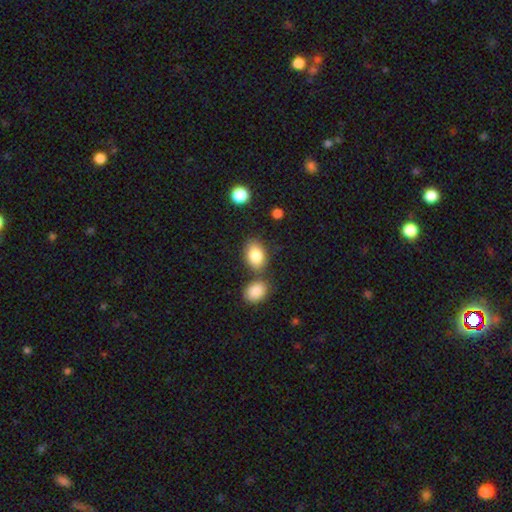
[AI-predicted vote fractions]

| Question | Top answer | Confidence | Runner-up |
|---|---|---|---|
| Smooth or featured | smooth | 84% | featured or disk (9%) |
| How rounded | in between | 83% | round (16%) |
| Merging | none | 63% | merger (20%) |